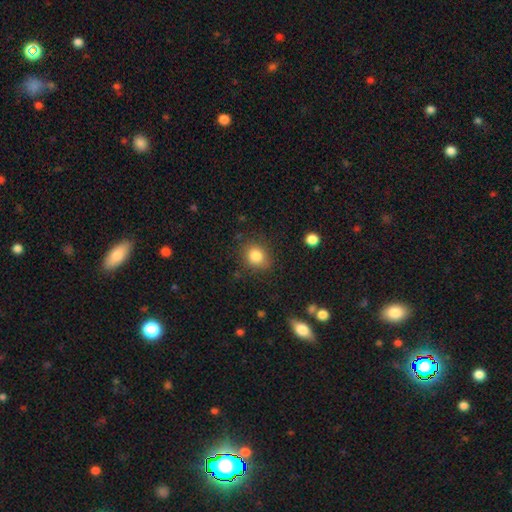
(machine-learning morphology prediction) Smooth or featured?
  - smooth: 84% *
  - star or artifact: 10%
  - featured or disk: 6%
How rounded?
  - round: 69% *
  - in between: 30%
  - cigar-shaped: 1%
Merging?
  - none: 82% *
  - minor disturbance: 12%
  - major disturbance: 4%
  - merger: 2%